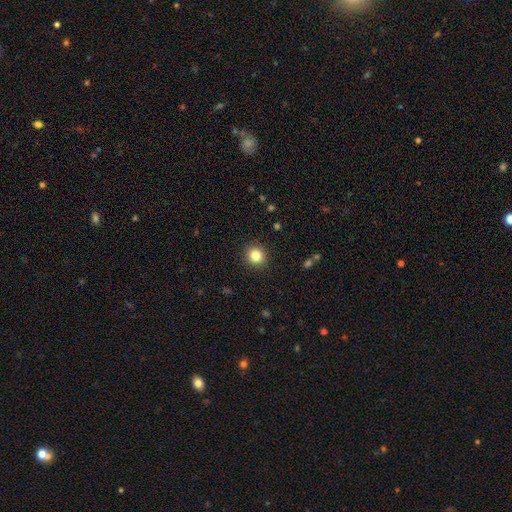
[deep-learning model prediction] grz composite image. It shows a smooth galaxy with no disk features (83%) that is round (93%). Merging: none (92%).